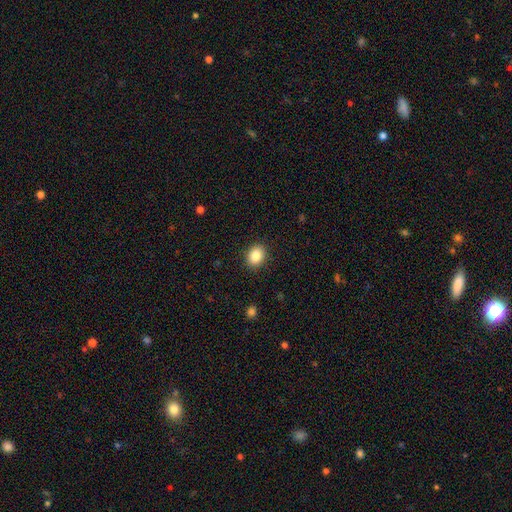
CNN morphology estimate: type=smooth (86%); roundness=round (50%); merging=none (90%).